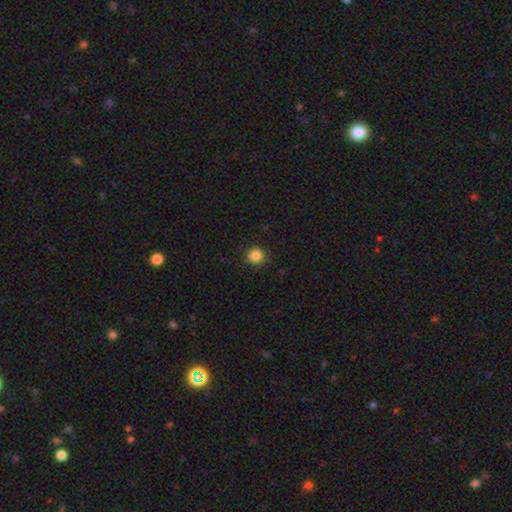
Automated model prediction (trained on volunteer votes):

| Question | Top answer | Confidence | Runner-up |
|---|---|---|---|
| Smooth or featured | smooth | 86% | star or artifact (11%) |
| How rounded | round | 93% | in between (6%) |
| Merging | none | 91% | minor disturbance (6%) |